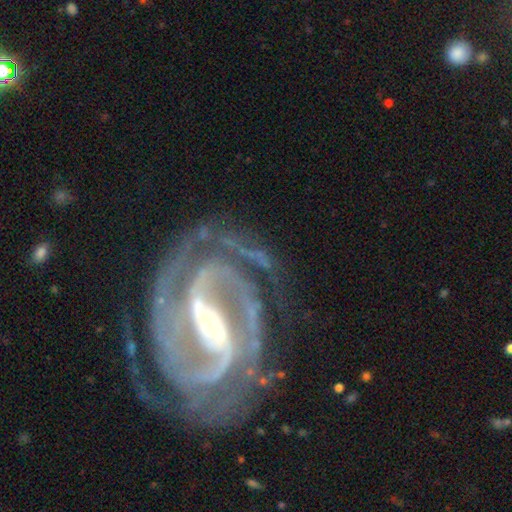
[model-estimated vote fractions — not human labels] Smooth or featured?
  - featured or disk: 92% *
  - star or artifact: 5%
  - smooth: 3%
Edge-on disk?
  - no: 97% *
  - yes: 3%
Bar?
  - strong: 57% *
  - weak: 29%
  - no: 14%
Spiral arms?
  - yes: 98% *
  - no: 2%
Spiral winding?
  - medium: 50% *
  - tight: 40%
  - loose: 10%
Spiral arm count?
  - 2: 71% *
  - 3: 12%
  - can't tell: 6%
  - 4: 4%
  - 1: 4%
  - more than 4: 4%
Bulge size?
  - small: 49% *
  - moderate: 45%
  - large: 4%
  - none: 1%
  - dominant: 1%
Merging?
  - none: 64% *
  - minor disturbance: 18%
  - major disturbance: 14%
  - merger: 4%